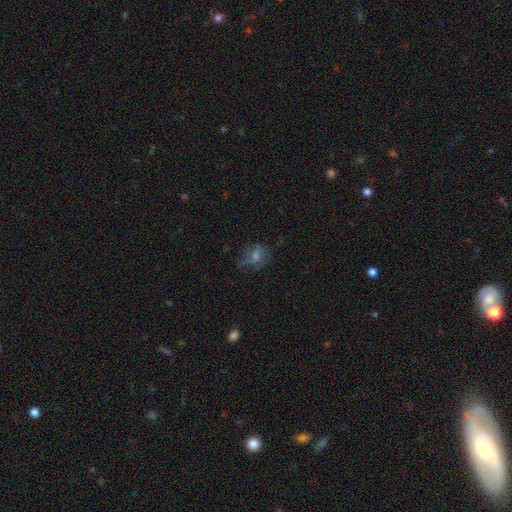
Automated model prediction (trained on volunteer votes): smooth 39%, featured or disk 38%, star or artifact 23%. Down the decision tree: merging — none (57%).